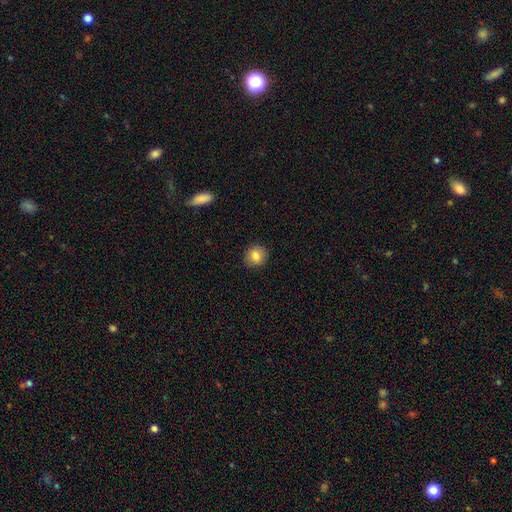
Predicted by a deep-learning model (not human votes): Smooth or featured: smooth — 83% (star or artifact — 9%)
How rounded: round — 83% (in between — 16%)
Merging: none — 90% (minor disturbance — 7%)